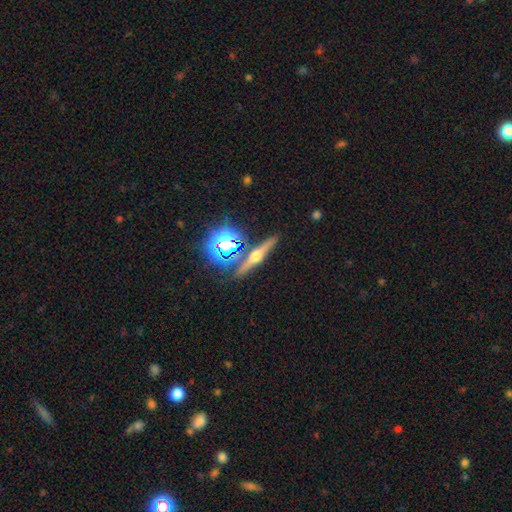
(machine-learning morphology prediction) This is likely a featured or disk galaxy (70%). It is clearly viewed edge-on (96%). Edge-on bulge: clearly rounded (95%). Merging: clearly none (88%).